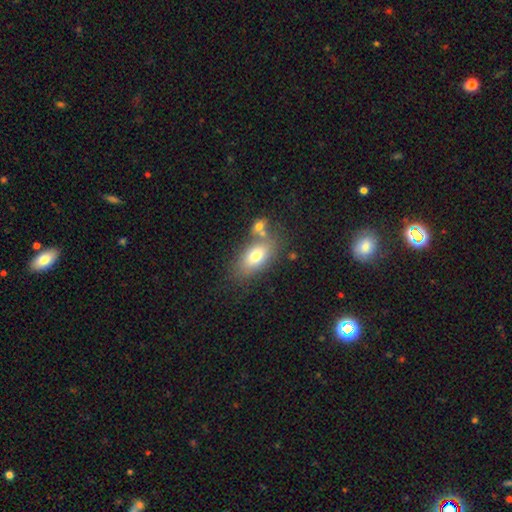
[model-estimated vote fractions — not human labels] Smooth or featured? Predicted: smooth (p=0.74). How rounded? Predicted: in between (p=0.89). Merging? Predicted: none (p=0.61).